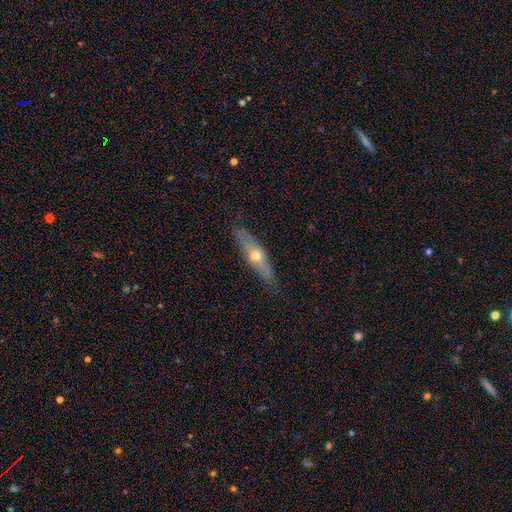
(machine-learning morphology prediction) Smooth or featured?
  - featured or disk: 54% *
  - smooth: 40%
  - star or artifact: 6%
Edge-on disk?
  - yes: 76% *
  - no: 24%
Merging?
  - none: 81% *
  - minor disturbance: 15%
  - major disturbance: 3%
  - merger: 1%